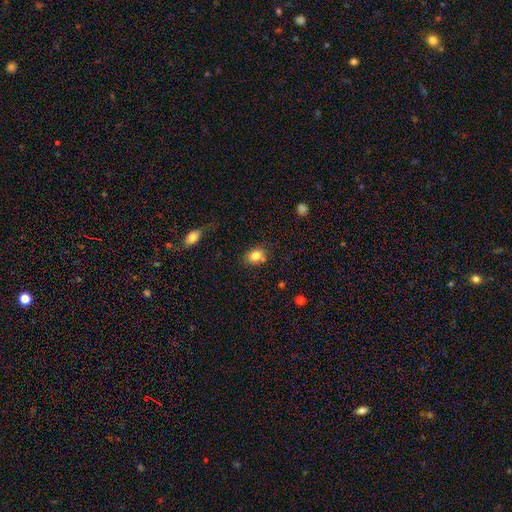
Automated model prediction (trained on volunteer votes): smooth-or-featured: smooth: 82% | star or artifact: 10% | featured or disk: 8%
  how-rounded: in between: 55% | round: 44% | cigar-shaped: 1%
  merging: none: 69% | minor disturbance: 17% | merger: 9% | major disturbance: 4%